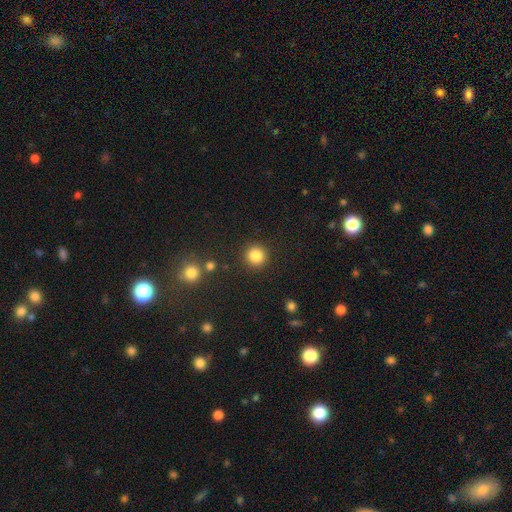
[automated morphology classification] The model was most divided on "smooth or featured": smooth: 85%, star or artifact: 10%, featured or disk: 5%. More confident: how rounded — round (94%); merging — none (91%).